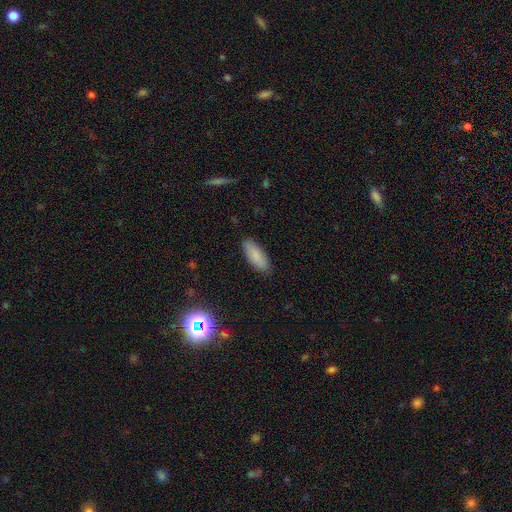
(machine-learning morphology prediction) Smooth or featured? smooth (86%)
How rounded? in between (75%)
Merging? none (87%)